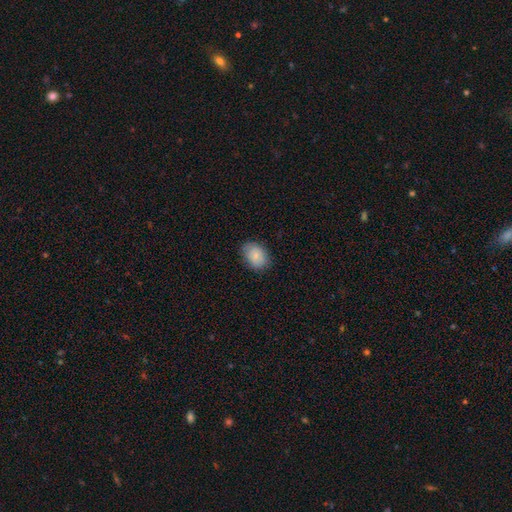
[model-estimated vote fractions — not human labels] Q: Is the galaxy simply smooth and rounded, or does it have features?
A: smooth — 84%.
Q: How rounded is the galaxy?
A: in between — 76%.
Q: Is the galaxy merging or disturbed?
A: none — 80%.